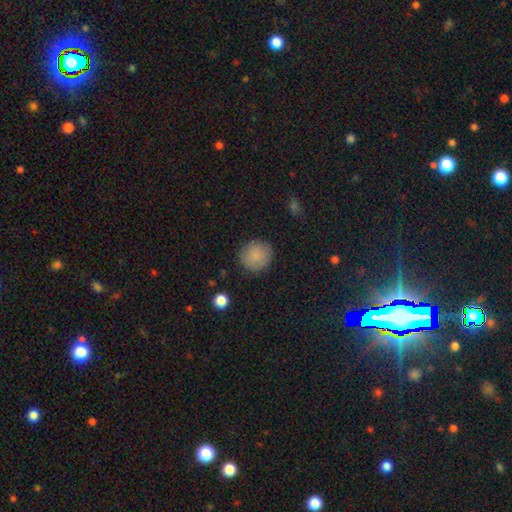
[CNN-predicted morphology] A smooth galaxy with no disk features (86%) that is round (89%). Merging: none (86%).